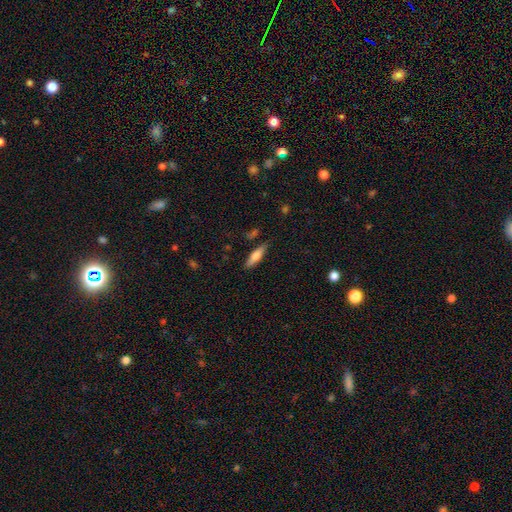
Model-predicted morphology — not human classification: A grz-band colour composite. It shows a smooth galaxy with no disk features (65%) that is cigar-shaped (65%). Merging: none (82%).